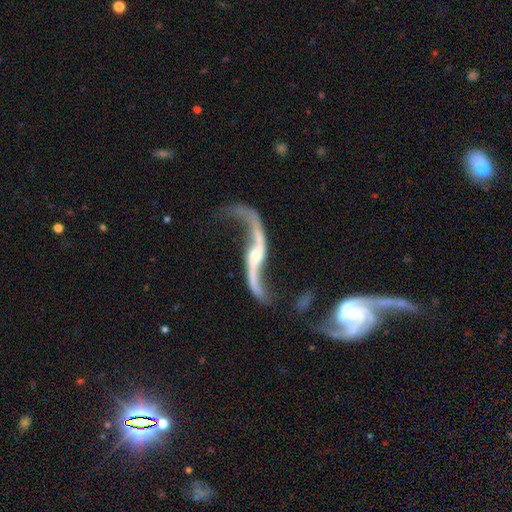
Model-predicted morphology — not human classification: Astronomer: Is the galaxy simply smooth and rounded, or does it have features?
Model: featured or disk — 91%.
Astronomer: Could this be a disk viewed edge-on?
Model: no — 89%.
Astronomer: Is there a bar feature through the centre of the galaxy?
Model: weak — 38%, tied with no at 38%.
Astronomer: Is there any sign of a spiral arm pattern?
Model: yes — 96%.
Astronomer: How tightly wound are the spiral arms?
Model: loose — 93%.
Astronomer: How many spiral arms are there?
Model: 2 — 93%.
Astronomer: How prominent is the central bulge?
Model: small — 48% (runner-up: moderate, 34%).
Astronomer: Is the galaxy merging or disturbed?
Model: none — 48%.